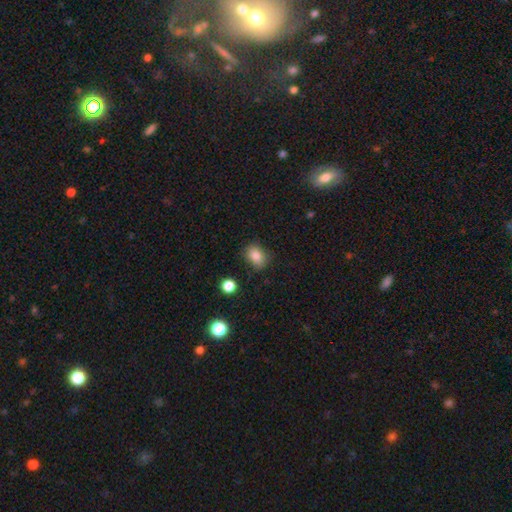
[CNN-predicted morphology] Smooth or featured? Predicted: smooth (p=0.84). How rounded? Predicted: in between (p=0.63). Merging? Predicted: none (p=0.76).